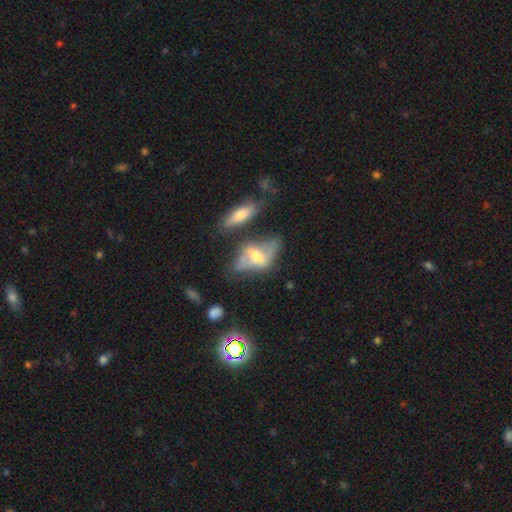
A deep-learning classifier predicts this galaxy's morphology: The model was most divided on "smooth or featured": featured or disk: 50%, smooth: 39%, star or artifact: 11%. Remaining: merging — none (43%).